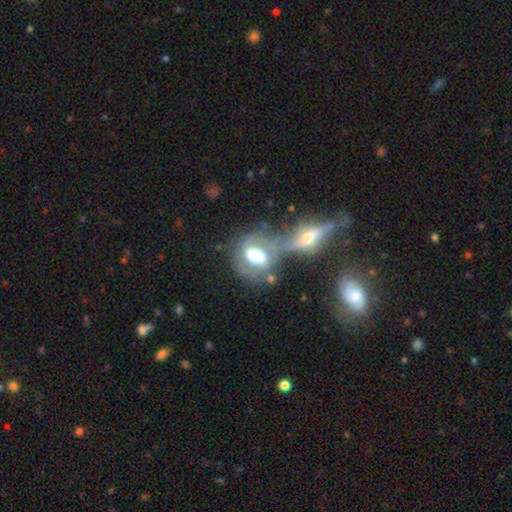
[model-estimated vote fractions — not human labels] Q: Smooth or featured?
A: featured or disk (56%); runner-up: smooth (36%)
Q: Edge-on disk?
A: no (86%); runner-up: yes (14%)
Q: Merging?
A: merger (54%); runner-up: none (27%)